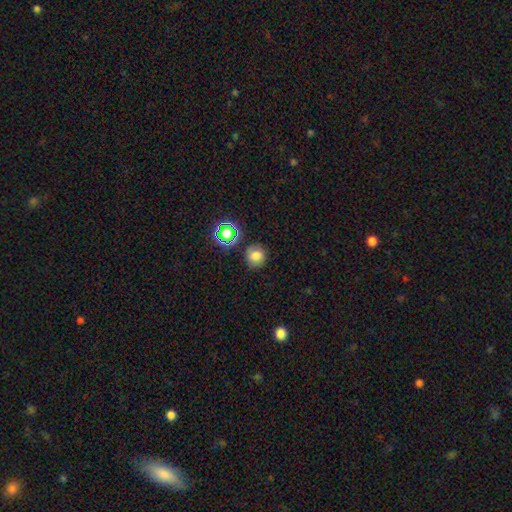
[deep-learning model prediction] Smooth or featured: smooth — 71% (star or artifact — 18%)
How rounded: round — 84% (in between — 15%)
Merging: none — 80% (minor disturbance — 12%)